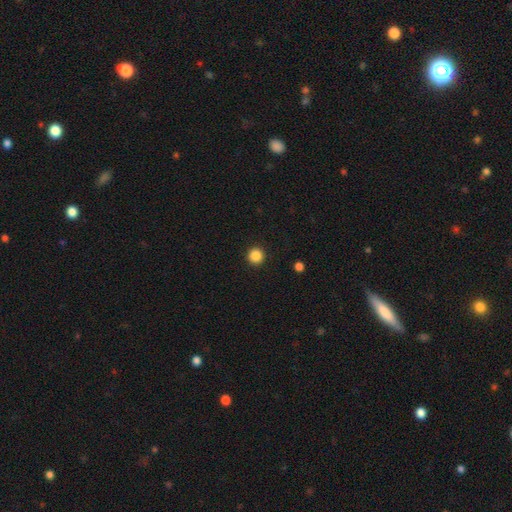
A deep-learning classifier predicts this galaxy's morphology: smooth 87%, star or artifact 10%, featured or disk 3%. Down the decision tree: how rounded — round (95%); merging — none (93%).